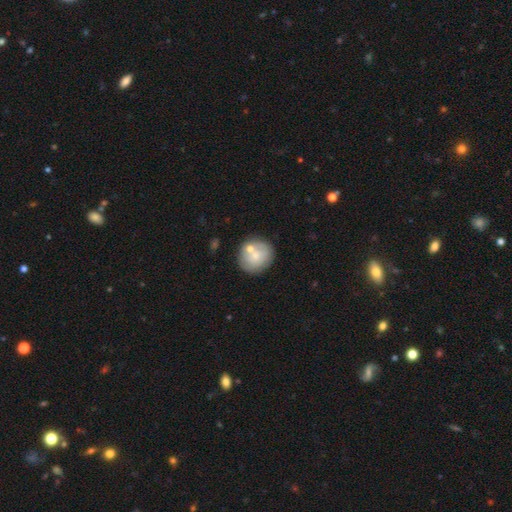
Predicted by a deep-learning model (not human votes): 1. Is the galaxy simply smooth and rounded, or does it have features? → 67% smooth, 26% featured or disk, 7% star or artifact.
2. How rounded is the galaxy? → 88% round, 11% in between, 1% cigar-shaped.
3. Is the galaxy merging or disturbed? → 66% none, 17% merger, 13% minor disturbance, 4% major disturbance.